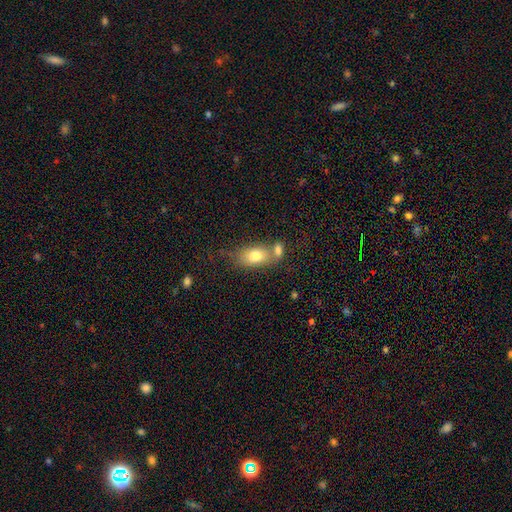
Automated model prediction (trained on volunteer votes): smooth 77%, featured or disk 15%, star or artifact 8%. Down the decision tree: how rounded — in between (86%); merging — none (44%).